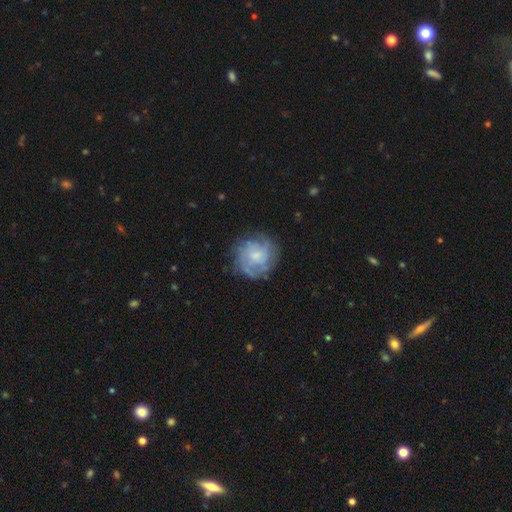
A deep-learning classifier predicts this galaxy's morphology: smooth-or-featured: featured or disk: 62% | smooth: 31% | star or artifact: 8%
  disk-edge-on: no: 98% | yes: 2%
    bar: no: 73% | weak: 24% | strong: 3%
    has-spiral-arms: yes: 80% | no: 20%
    bulge-size: small: 40% | moderate: 37% | none: 15% | large: 7% | dominant: 1%
  merging: none: 73% | minor disturbance: 17% | major disturbance: 9% | merger: 1%